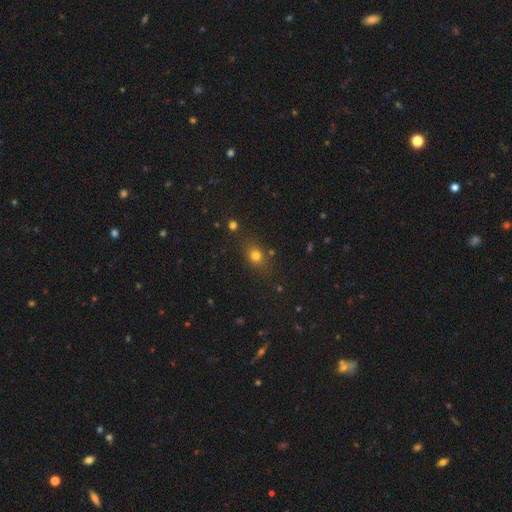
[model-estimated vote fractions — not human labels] The model was most divided on "how rounded": in between: 49%, round: 48%, cigar-shaped: 3%. More confident: merging — none (76%); smooth or featured — smooth (75%).